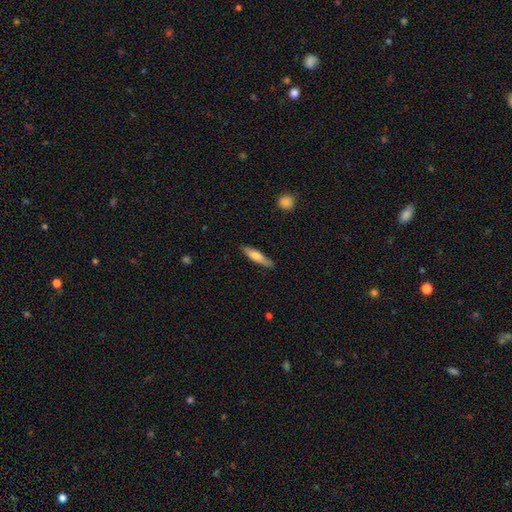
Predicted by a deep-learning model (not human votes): A smooth galaxy with no disk features (61%) that is cigar-shaped (75%). Merging: none (81%).